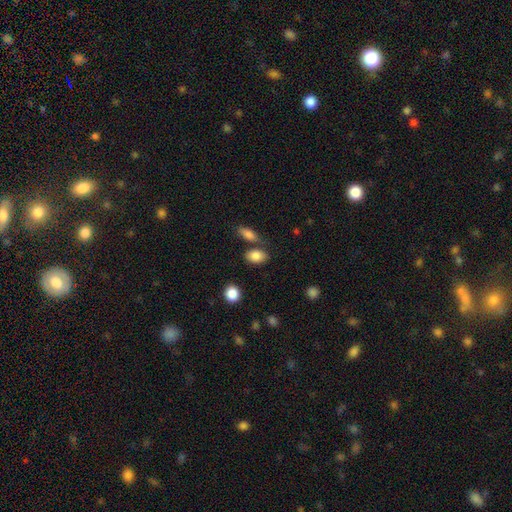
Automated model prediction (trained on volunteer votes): A smooth galaxy with no disk features (85%) that is in between round and cigar-shaped (85%).

Vote fractions:
- Smooth or featured? smooth: 85% / star or artifact: 8% / featured or disk: 7%
- How rounded? in between: 85% / round: 13% / cigar-shaped: 2%
- Merging? none: 69% / merger: 15% / minor disturbance: 13% / major disturbance: 4%